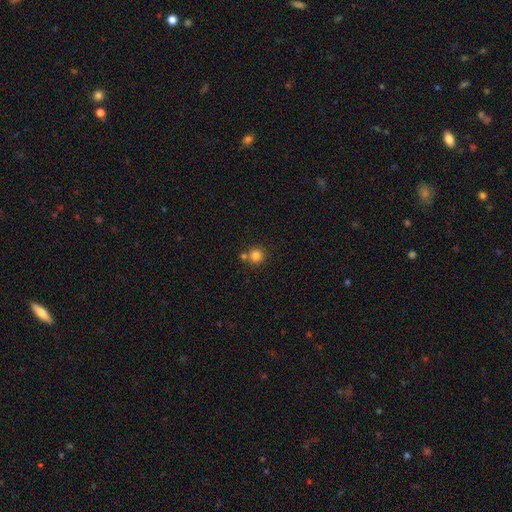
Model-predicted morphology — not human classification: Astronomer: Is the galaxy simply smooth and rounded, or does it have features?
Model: smooth — 82%.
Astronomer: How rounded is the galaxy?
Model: round — 94%.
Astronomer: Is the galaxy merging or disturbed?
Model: none — 71%.